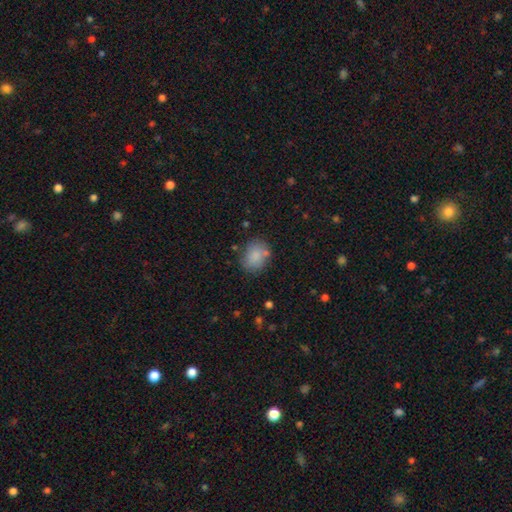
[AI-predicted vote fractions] Morphology: type=smooth (83%); roundness=round (52%); merging=none (70%).